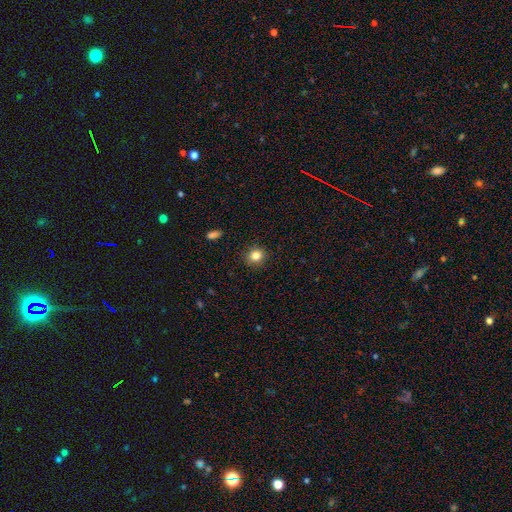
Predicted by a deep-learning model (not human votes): Smooth or featured? smooth (83%)
How rounded? round (83%)
Merging? none (89%)